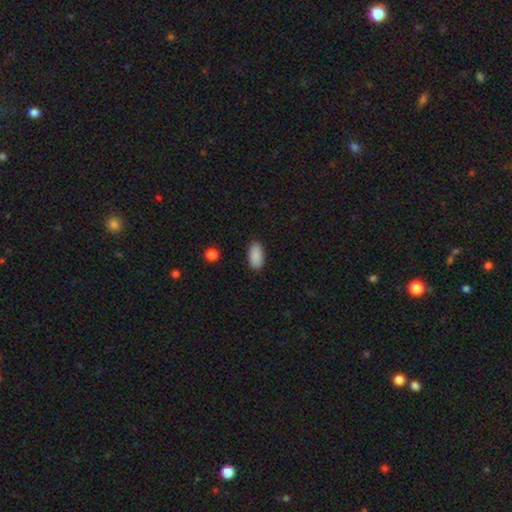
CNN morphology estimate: This appears to be a smooth galaxy with no disk features (89%) that is in between round and cigar-shaped (94%). Merging: none (88%).